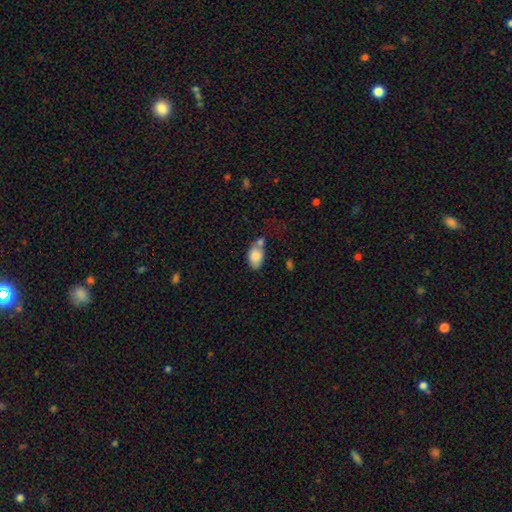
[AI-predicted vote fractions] A smooth galaxy with no disk features (83%) that is in between round and cigar-shaped (88%).

Vote fractions:
- Smooth or featured? smooth: 83% / featured or disk: 10% / star or artifact: 8%
- How rounded? in between: 88% / round: 11% / cigar-shaped: 2%
- Merging? none: 40% / merger: 30% / minor disturbance: 21% / major disturbance: 9%